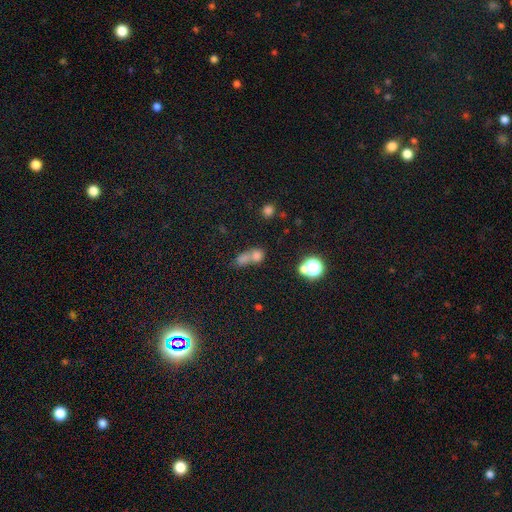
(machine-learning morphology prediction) This appears to be a smooth galaxy with no disk features (69%) that is round (63%). Merging: merger (61%).